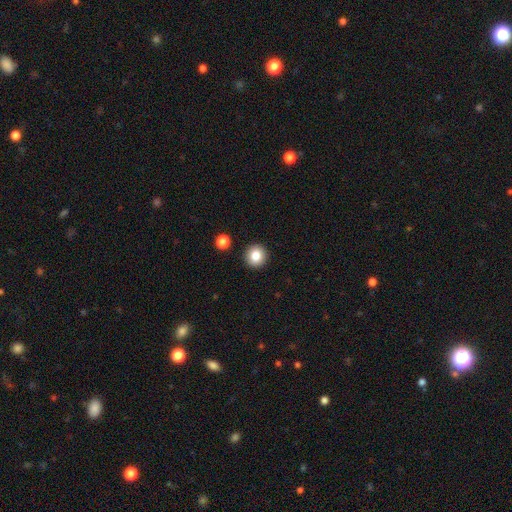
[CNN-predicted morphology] Smooth or featured? Predicted: smooth (p=0.84). How rounded? Predicted: round (p=0.93). Merging? Predicted: none (p=0.92).